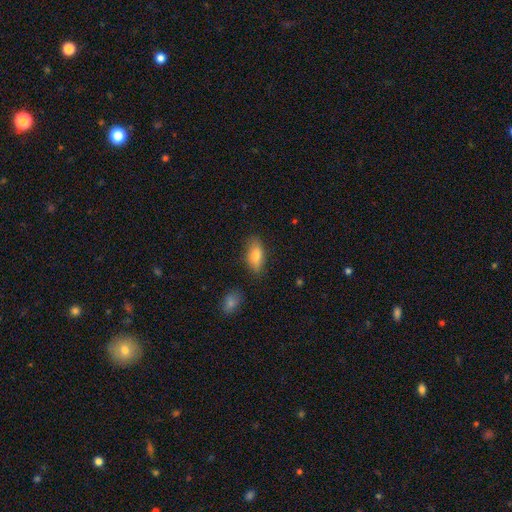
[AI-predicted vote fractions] This is likely a smooth galaxy (79%). How rounded: clearly in between (84%). Merging: likely none (79%).